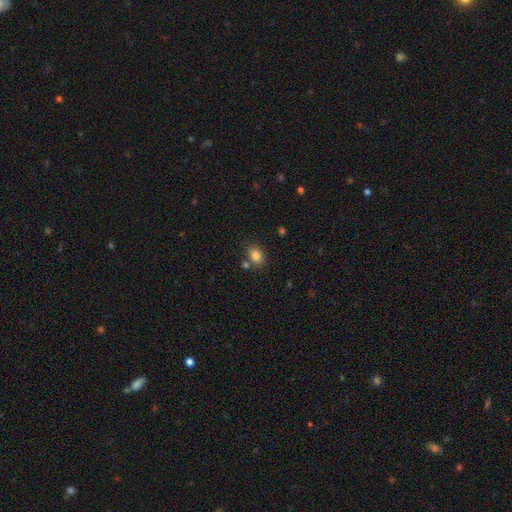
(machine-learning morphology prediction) This appears to be a smooth galaxy with no disk features (82%) that is in between round and cigar-shaped (61%). Merging: none (73%).